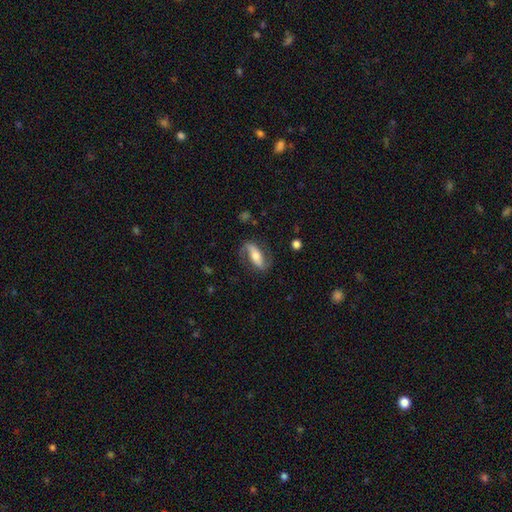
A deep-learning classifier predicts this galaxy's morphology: A featured or disk galaxy (74%) with a strong bar (52%), 2 (88%) loose (43%) spiral arms (90%) and a moderate central bulge (60%). Merging: none (75%).